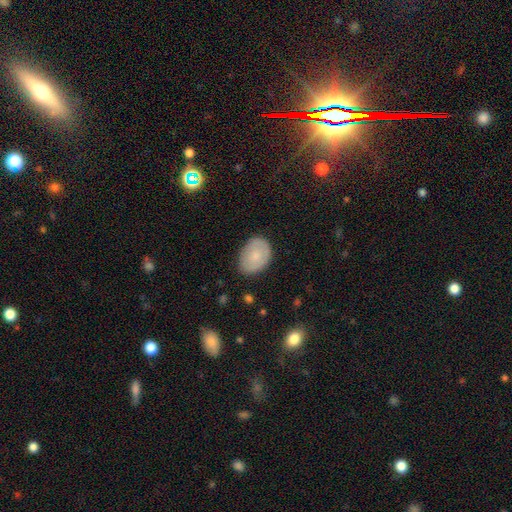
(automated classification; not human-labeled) This is likely a smooth galaxy (74%). How rounded: likely in between (72%). Merging: likely none (79%).